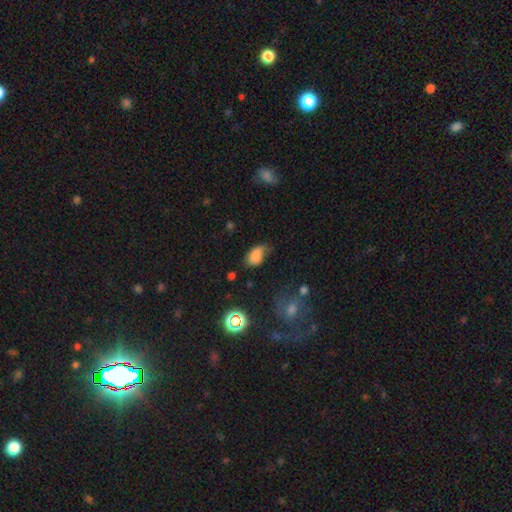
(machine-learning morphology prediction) Smooth or featured? smooth (81%)
How rounded? in between (89%)
Merging? none (53%)